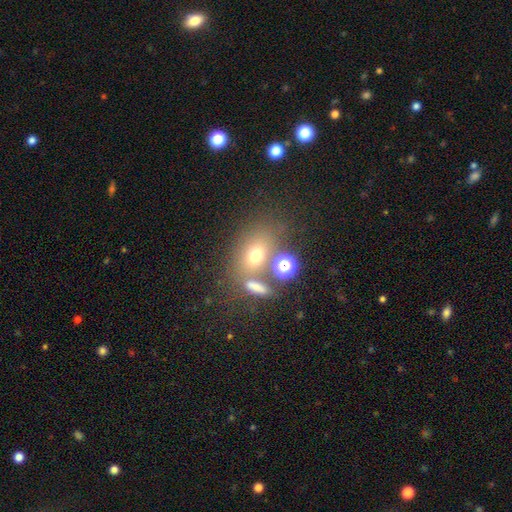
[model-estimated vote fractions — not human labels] Morphology: type=smooth (64%); roundness=in between (64%); merging=none (55%).